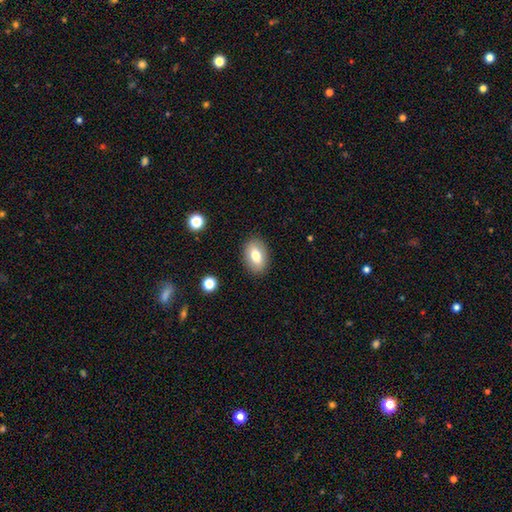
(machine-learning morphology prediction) Smooth or featured?
  - smooth: 76% *
  - featured or disk: 17%
  - star or artifact: 8%
How rounded?
  - in between: 86% *
  - round: 12%
  - cigar-shaped: 2%
Merging?
  - none: 87% *
  - minor disturbance: 9%
  - major disturbance: 3%
  - merger: 1%